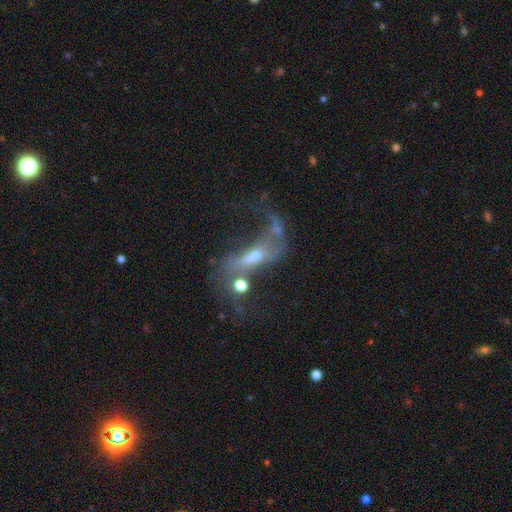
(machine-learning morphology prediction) A featured or disk galaxy (60%).

Vote fractions:
- Smooth or featured? featured or disk: 60% / smooth: 26% / star or artifact: 14%
- Edge-on disk? no: 83% / yes: 17%
- Merging? merger: 34% (tied) / major disturbance: 34% (tied) / none: 20% / minor disturbance: 12%